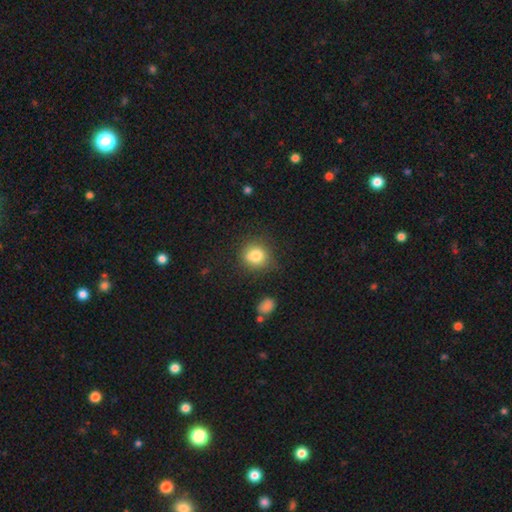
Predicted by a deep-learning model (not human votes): Smooth or featured: smooth — 82% (star or artifact — 11%)
How rounded: round — 79% (in between — 20%)
Merging: none — 74% (minor disturbance — 18%)